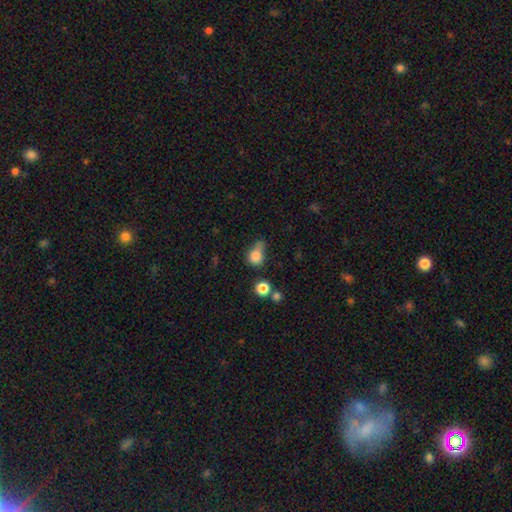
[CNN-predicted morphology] Overall: smooth (80%). How rounded: round (65%; in between 33%). Merging: none (37%; minor disturbance 29%).